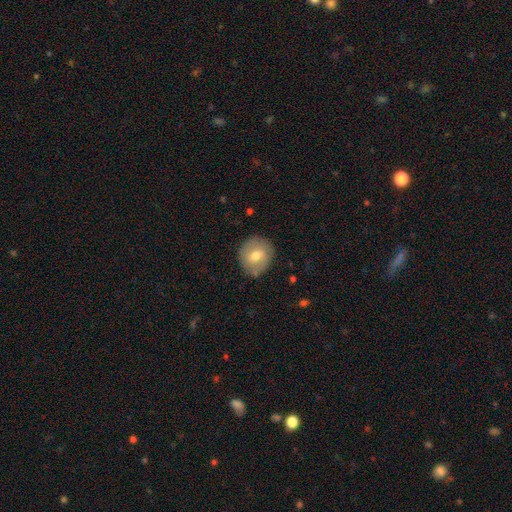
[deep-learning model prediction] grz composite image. It shows a smooth galaxy with no disk features (67%) that is round (80%). Merging: none (82%).